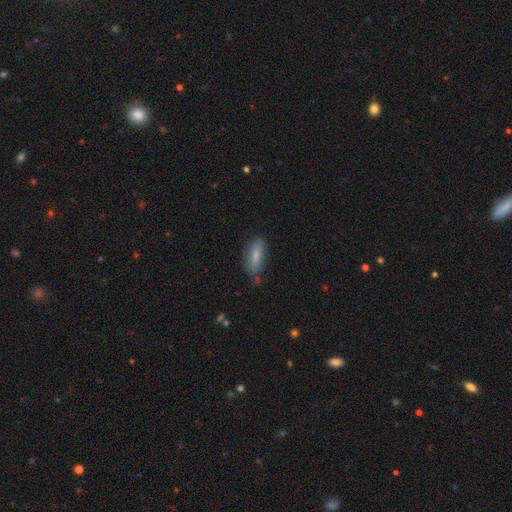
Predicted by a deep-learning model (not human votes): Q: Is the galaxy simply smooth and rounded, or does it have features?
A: smooth — 76%.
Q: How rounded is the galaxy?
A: in between — 60%.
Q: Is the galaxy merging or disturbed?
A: none — 69%.